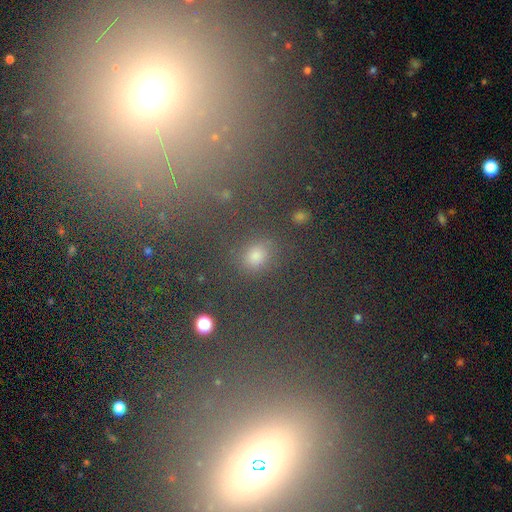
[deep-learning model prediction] This appears to be a smooth galaxy with no disk features (64%) that is round (50%). Merging: none (86%).